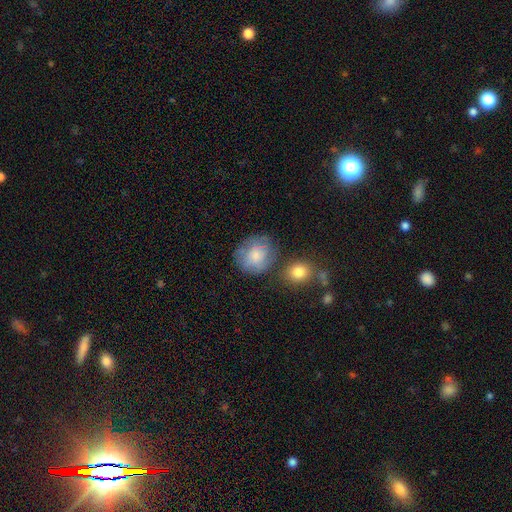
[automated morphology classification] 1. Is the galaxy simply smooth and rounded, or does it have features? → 70% smooth, 22% featured or disk, 9% star or artifact.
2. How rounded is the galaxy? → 82% round, 17% in between, 1% cigar-shaped.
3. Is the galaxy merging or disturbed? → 62% none, 21% minor disturbance, 8% major disturbance, 8% merger.